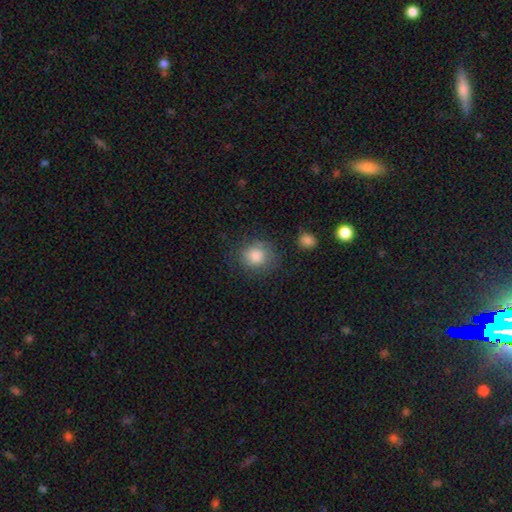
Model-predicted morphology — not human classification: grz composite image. It shows a smooth galaxy with no disk features (84%) that is round (81%). Merging: none (76%).